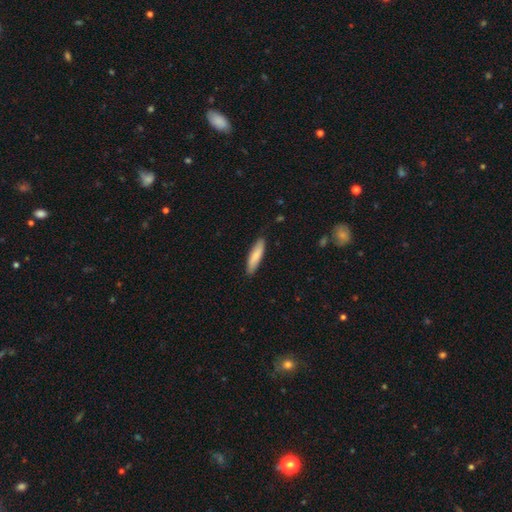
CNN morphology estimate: Smooth or featured? Predicted: smooth (p=0.81). How rounded? Predicted: cigar-shaped (p=0.73). Merging? Predicted: none (p=0.86).